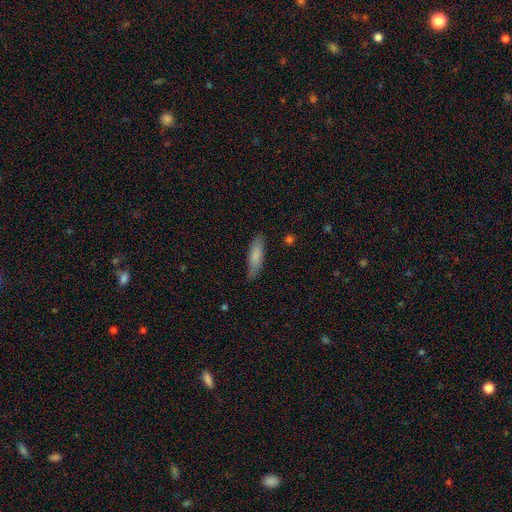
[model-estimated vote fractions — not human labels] Smooth or featured: smooth — 81% (featured or disk — 13%)
How rounded: cigar-shaped — 61% (in between — 38%)
Merging: none — 80% (minor disturbance — 16%)